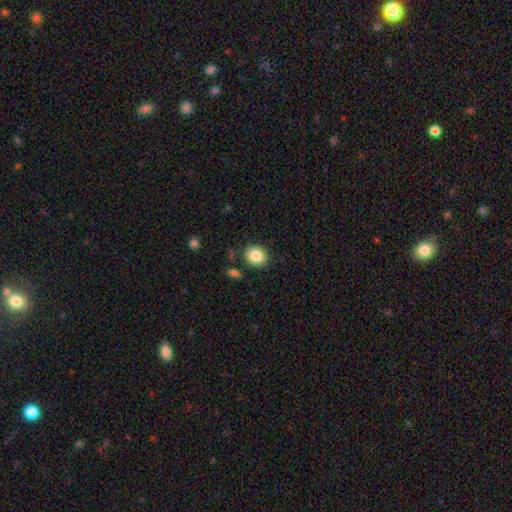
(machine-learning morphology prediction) smooth_or_featured: smooth (p=0.85) [alt: star or artifact p=0.08]
how_rounded: round (p=0.73) [alt: in between p=0.27]
merging: none (p=0.84) [alt: minor disturbance p=0.09]